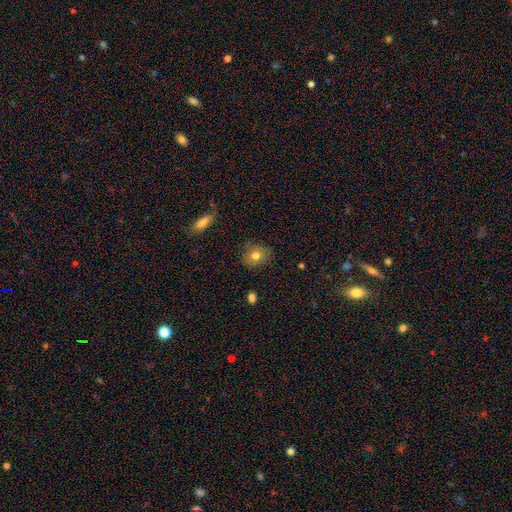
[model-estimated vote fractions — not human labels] smooth_or_featured: smooth (p=0.77) [alt: featured or disk p=0.13]
how_rounded: round (p=0.66) [alt: in between p=0.33]
merging: none (p=0.82) [alt: minor disturbance p=0.14]